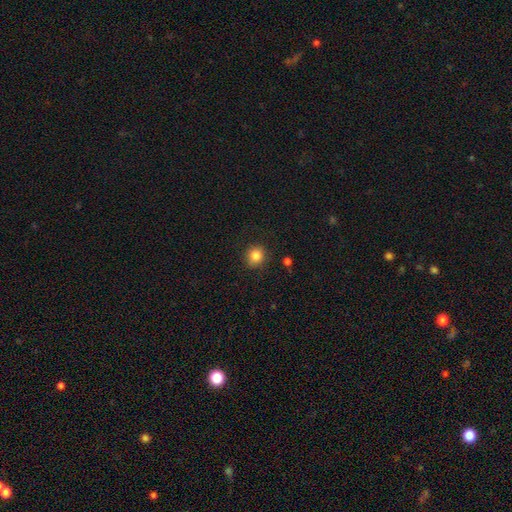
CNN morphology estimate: Smooth or featured? smooth (85%)
How rounded? round (86%)
Merging? none (88%)